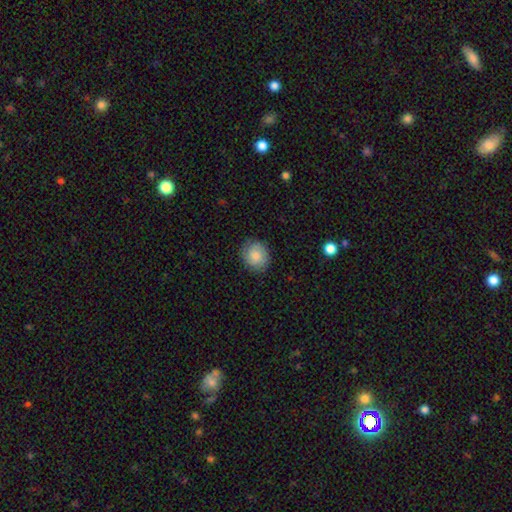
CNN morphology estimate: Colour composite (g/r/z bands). It shows a smooth galaxy with no disk features (78%) that is round (78%). Merging: none (83%).